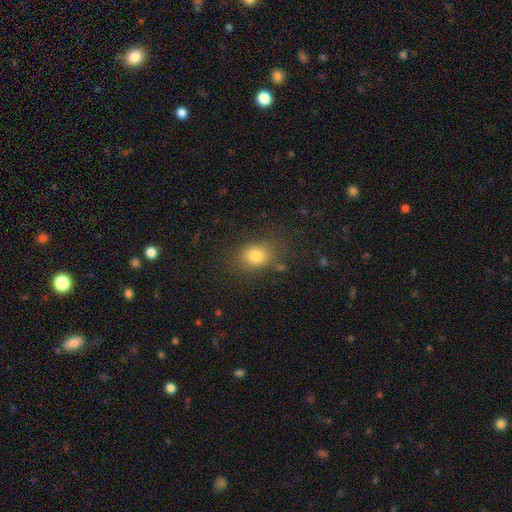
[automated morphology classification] smooth 79%, star or artifact 13%, featured or disk 8%. Down the decision tree: how rounded — in between (55%); merging — none (79%).